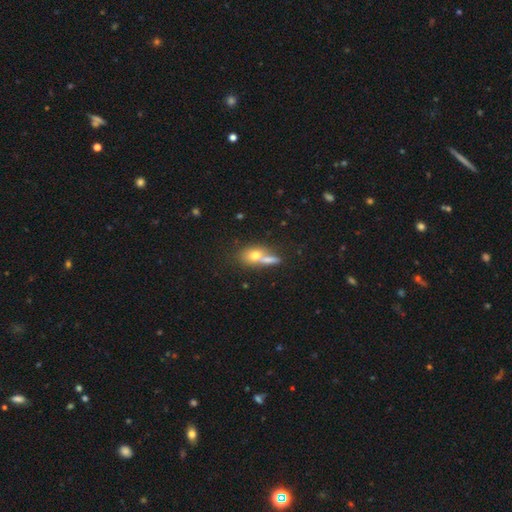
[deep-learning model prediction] Smooth or featured? Predicted: smooth (p=0.71). How rounded? Predicted: in between (p=0.57). Merging? Predicted: merger (p=0.47).